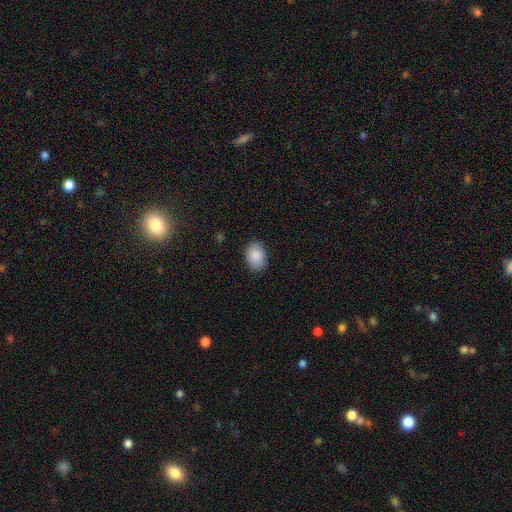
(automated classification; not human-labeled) Smooth or featured?
  - smooth: 88% *
  - star or artifact: 7%
  - featured or disk: 5%
How rounded?
  - in between: 78% *
  - round: 21%
  - cigar-shaped: 1%
Merging?
  - none: 87% *
  - minor disturbance: 10%
  - major disturbance: 2%
  - merger: 1%